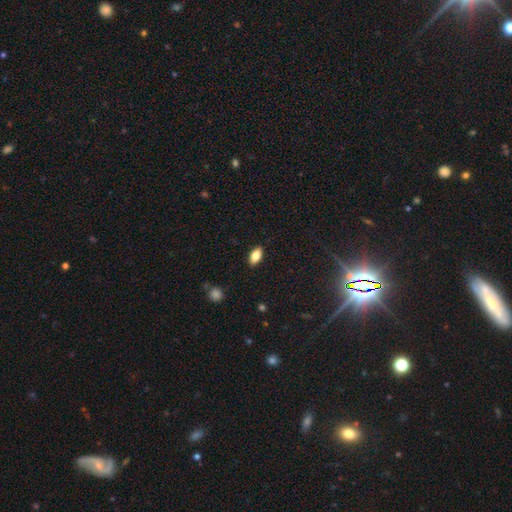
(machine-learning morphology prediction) Smooth or featured? smooth (79%)
How rounded? in between (89%)
Merging? none (88%)